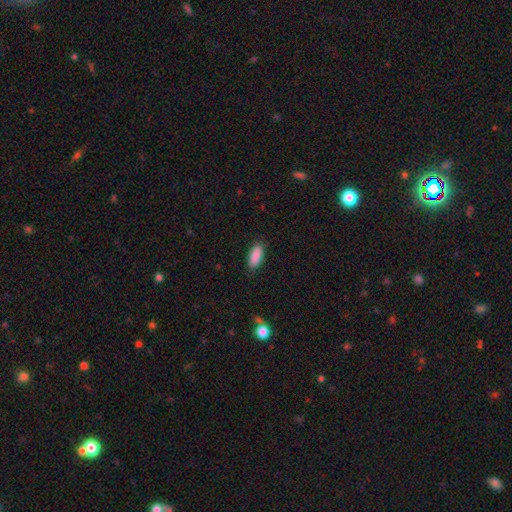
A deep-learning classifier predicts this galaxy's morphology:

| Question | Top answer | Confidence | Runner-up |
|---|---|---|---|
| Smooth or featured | smooth | 90% | star or artifact (7%) |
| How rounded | in between | 82% | cigar-shaped (16%) |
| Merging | none | 87% | minor disturbance (9%) |